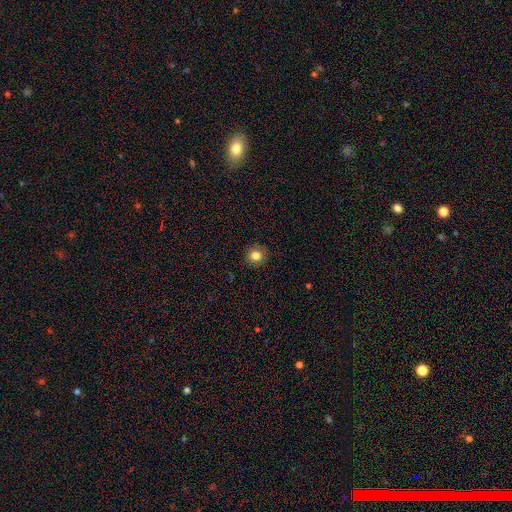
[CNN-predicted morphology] This appears to be a smooth galaxy with no disk features (82%) that is round (91%). Merging: none (90%).